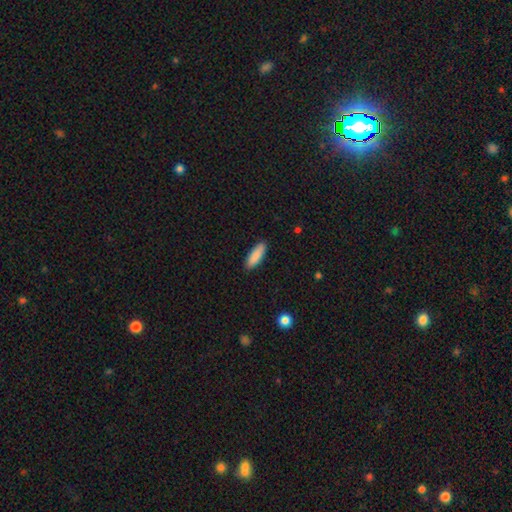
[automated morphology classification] Smooth or featured? smooth (89%)
How rounded? in between (52%)
Merging? none (90%)